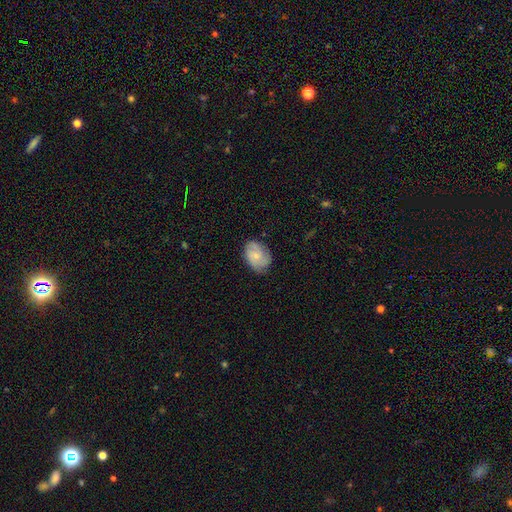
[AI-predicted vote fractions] The model was most divided on "smooth or featured": featured or disk: 51%, smooth: 42%, star or artifact: 7%. More confident: edge-on disk — no (97%); merging — none (72%).